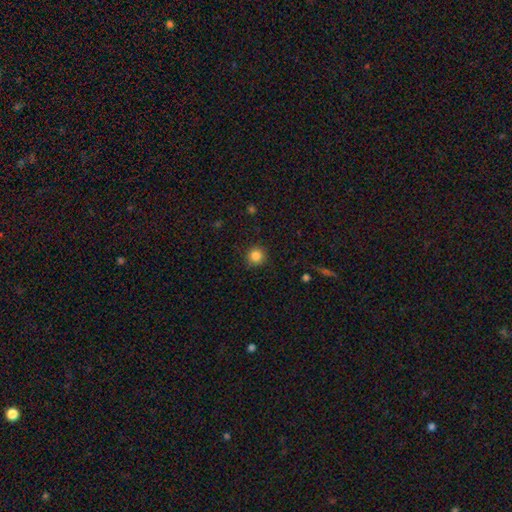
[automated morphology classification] smooth 85%, star or artifact 11%, featured or disk 4%. Down the decision tree: how rounded — round (94%); merging — none (89%).